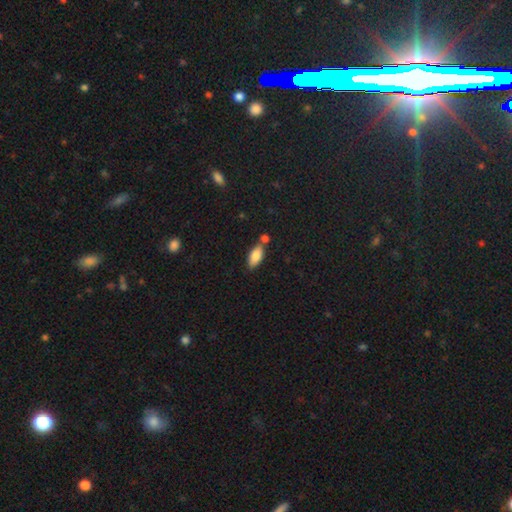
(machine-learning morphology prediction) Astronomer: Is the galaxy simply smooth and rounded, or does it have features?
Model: smooth — 83%.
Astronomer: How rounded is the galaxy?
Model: in between — 86%.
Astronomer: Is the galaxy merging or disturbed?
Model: none — 63%.